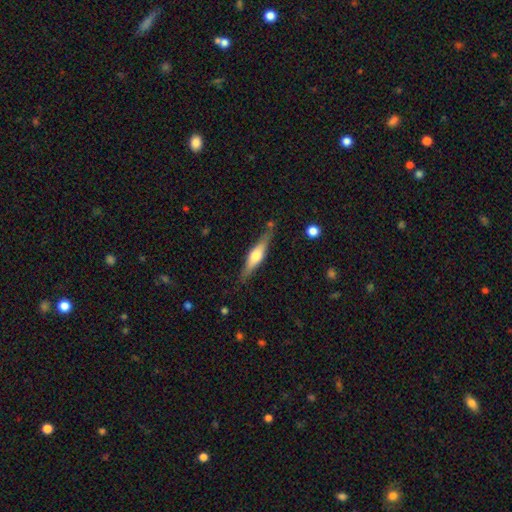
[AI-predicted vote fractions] A featured or disk galaxy (59%) viewed edge-on (94%) with a rounded central bulge (90%). Merging: none (81%).